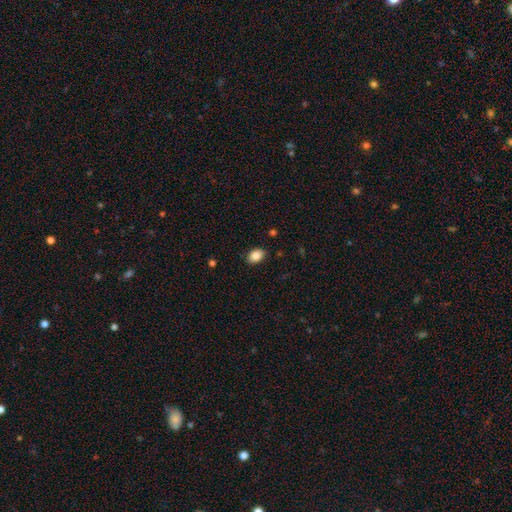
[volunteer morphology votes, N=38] This is clearly a smooth galaxy (92%). How rounded: clearly in between (89%). Merging: clearly none (89%).